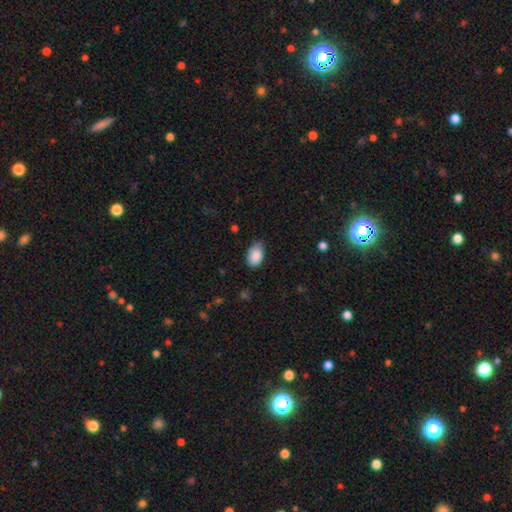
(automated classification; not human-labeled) Q: Smooth or featured?
A: smooth (88%); runner-up: star or artifact (7%)
Q: How rounded?
A: in between (92%); runner-up: round (7%)
Q: Merging?
A: none (67%); runner-up: minor disturbance (28%)